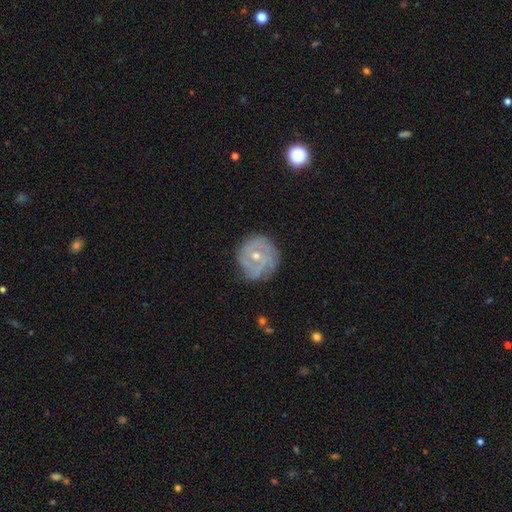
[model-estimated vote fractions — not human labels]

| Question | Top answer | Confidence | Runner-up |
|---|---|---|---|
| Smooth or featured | featured or disk | 77% | smooth (16%) |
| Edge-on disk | no | 97% | yes (3%) |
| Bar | no | 66% | weak (27%) |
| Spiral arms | yes | 85% | no (15%) |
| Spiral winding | tight | 59% | medium (29%) |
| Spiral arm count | can't tell | 35% | 3 (24%) |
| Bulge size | moderate | 52% | small (45%) |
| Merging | none | 68% | minor disturbance (23%) |